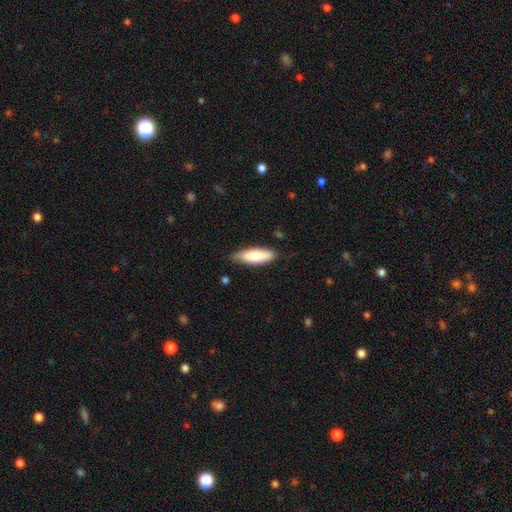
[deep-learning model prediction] smooth 82%, featured or disk 13%, star or artifact 6%. Down the decision tree: how rounded — in between (58%); merging — none (75%).